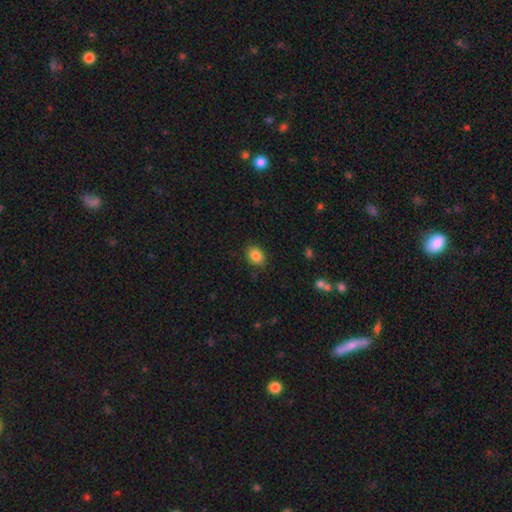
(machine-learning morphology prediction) Smooth or featured?
  - smooth: 85% *
  - star or artifact: 9%
  - featured or disk: 6%
How rounded?
  - in between: 62% *
  - round: 37%
  - cigar-shaped: 1%
Merging?
  - none: 86% *
  - minor disturbance: 10%
  - major disturbance: 2%
  - merger: 1%